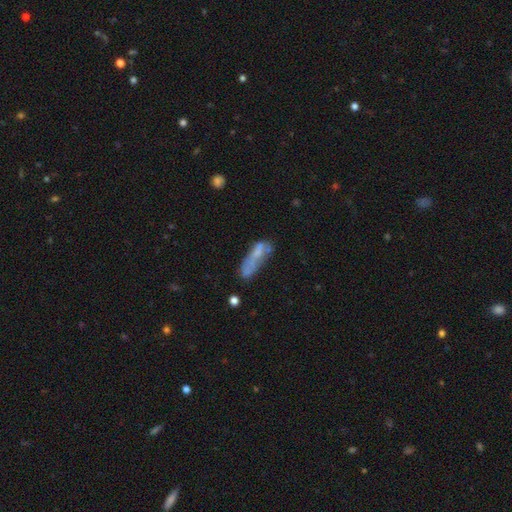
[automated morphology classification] A smooth galaxy with no disk features (52%) that is cigar-shaped (64%). Merging: none (40%).